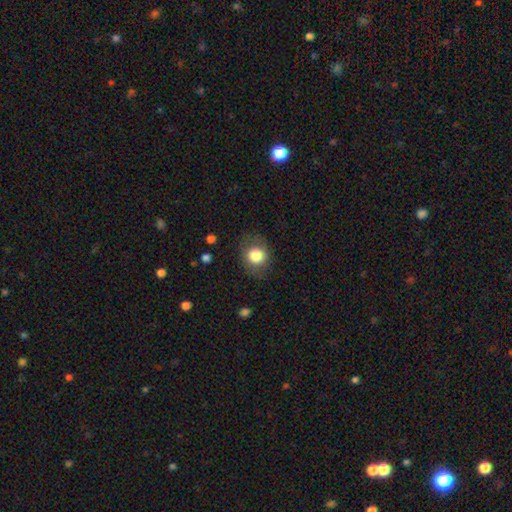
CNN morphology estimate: A smooth galaxy with no disk features (80%) that is round (68%). Merging: none (77%).